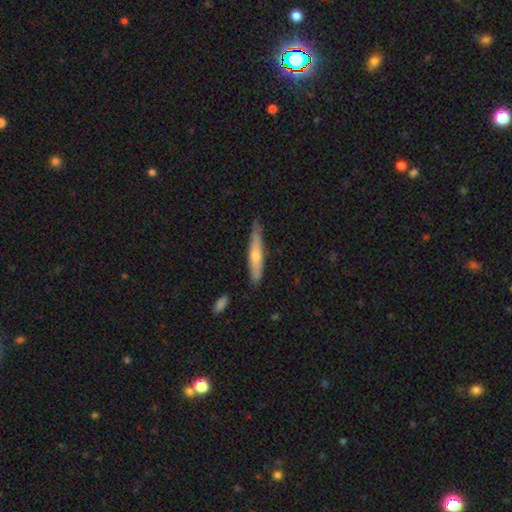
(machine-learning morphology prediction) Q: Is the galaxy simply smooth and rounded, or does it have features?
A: smooth — 49%.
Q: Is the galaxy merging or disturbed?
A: none — 76%.